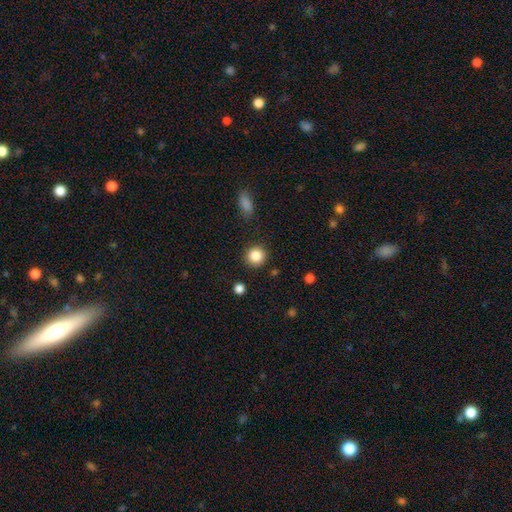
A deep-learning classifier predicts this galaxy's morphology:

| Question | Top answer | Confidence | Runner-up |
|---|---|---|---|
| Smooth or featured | smooth | 87% | star or artifact (9%) |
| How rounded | round | 92% | in between (7%) |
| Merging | none | 89% | minor disturbance (7%) |